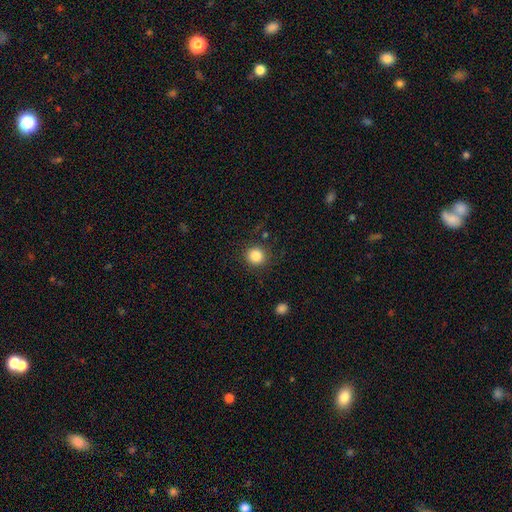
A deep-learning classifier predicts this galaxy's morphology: Smooth or featured: smooth — 85% (star or artifact — 11%)
How rounded: round — 93% (in between — 6%)
Merging: none — 88% (minor disturbance — 7%)